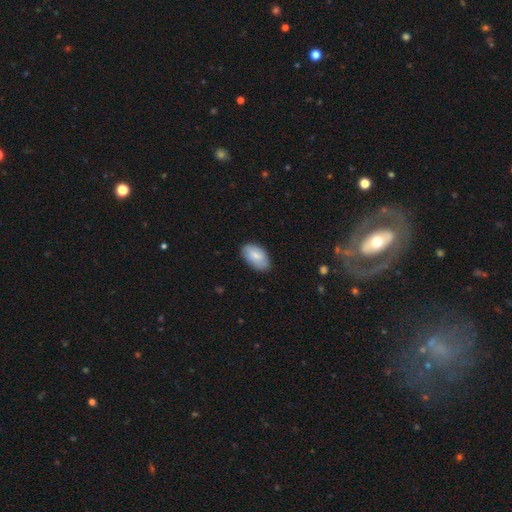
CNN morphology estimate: This appears to be a smooth galaxy with no disk features (73%) that is in between round and cigar-shaped (94%). Merging: none (82%).